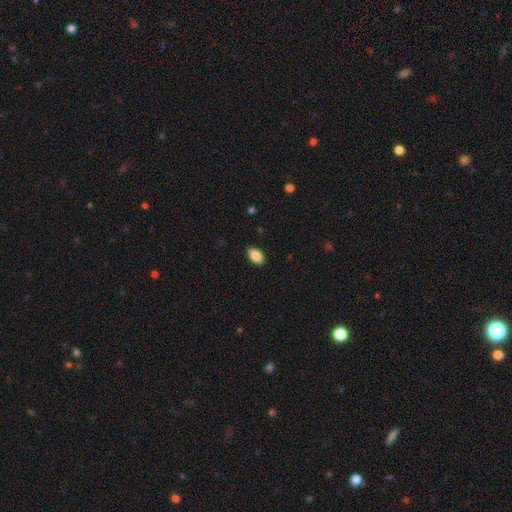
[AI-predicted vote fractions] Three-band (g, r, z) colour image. It shows a smooth galaxy with no disk features (87%) that is in between round and cigar-shaped (92%). Merging: none (89%).